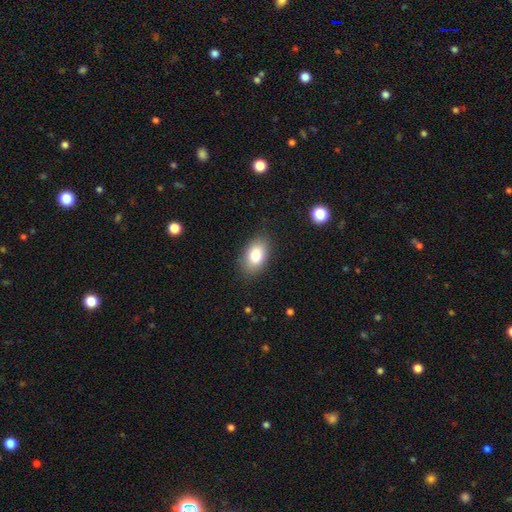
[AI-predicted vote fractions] This is clearly a smooth galaxy (83%). How rounded: clearly in between (91%). Merging: clearly none (84%).